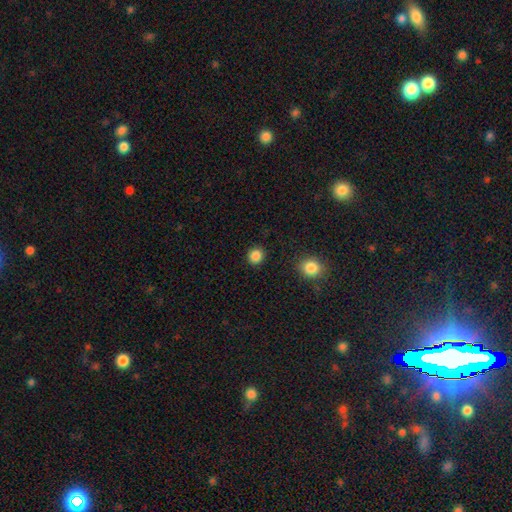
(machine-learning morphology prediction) This is clearly a smooth galaxy (86%). How rounded: clearly round (88%). Merging: clearly none (91%).